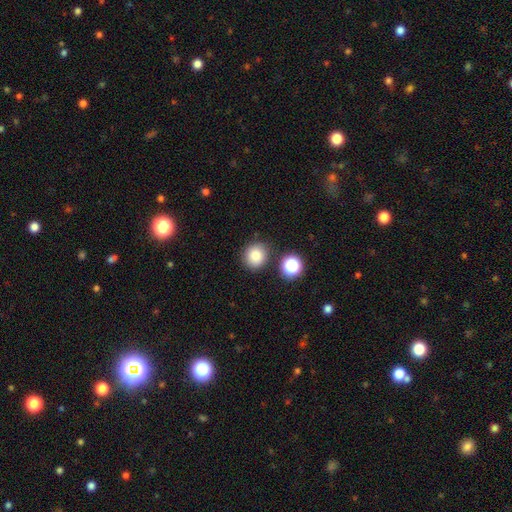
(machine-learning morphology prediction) This appears to be a smooth galaxy with no disk features (83%) that is round (88%). Merging: none (82%).